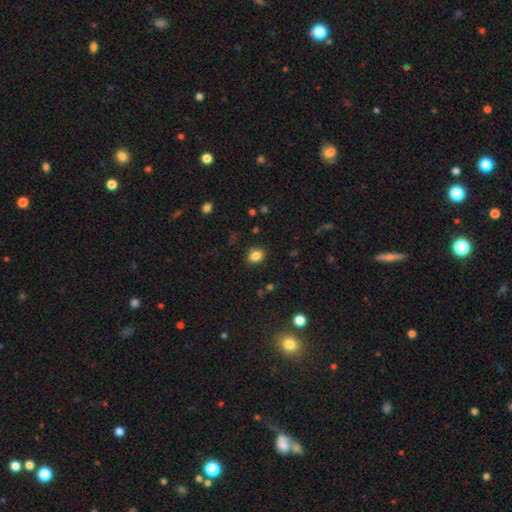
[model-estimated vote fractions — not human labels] Smooth or featured? smooth (83%)
How rounded? in between (51%)
Merging? none (84%)